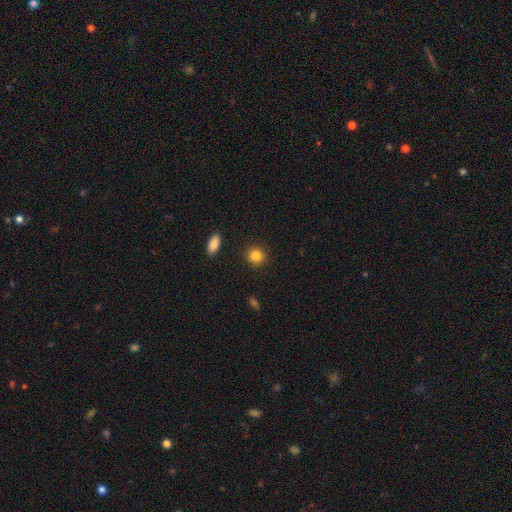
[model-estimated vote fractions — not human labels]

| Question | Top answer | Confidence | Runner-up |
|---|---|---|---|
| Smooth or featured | smooth | 85% | star or artifact (10%) |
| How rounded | round | 85% | in between (14%) |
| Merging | none | 91% | minor disturbance (6%) |